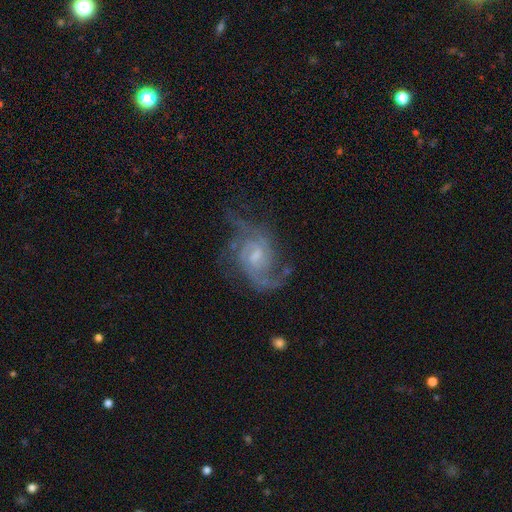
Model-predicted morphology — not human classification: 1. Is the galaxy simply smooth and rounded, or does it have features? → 87% featured or disk, 7% star or artifact, 6% smooth.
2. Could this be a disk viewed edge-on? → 97% no, 3% yes.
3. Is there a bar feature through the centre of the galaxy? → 50% no, 43% weak, 7% strong.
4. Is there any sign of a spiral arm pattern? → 96% yes, 4% no.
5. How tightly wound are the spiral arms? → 50% medium, 29% tight, 22% loose.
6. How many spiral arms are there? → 57% 2, 15% can't tell, 14% 3, 5% 1, 4% 4, 4% more than 4.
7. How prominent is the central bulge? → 51% small, 39% moderate, 6% none, 3% large, 1% dominant.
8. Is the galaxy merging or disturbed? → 63% none, 19% minor disturbance, 16% major disturbance, 2% merger.